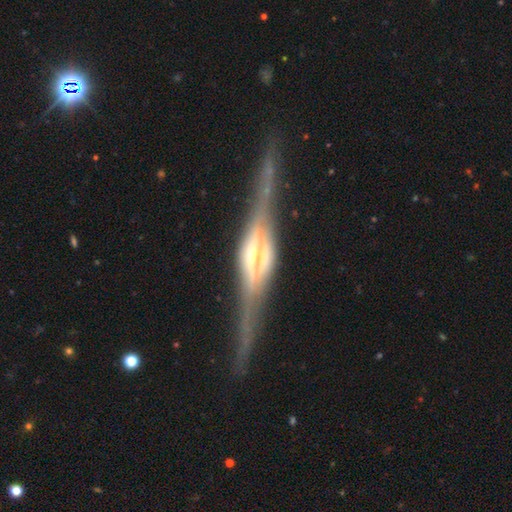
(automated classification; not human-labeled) This is clearly a featured or disk galaxy (90%). It is clearly viewed edge-on (97%). Edge-on bulge: likely rounded (68%). Merging: clearly none (82%).